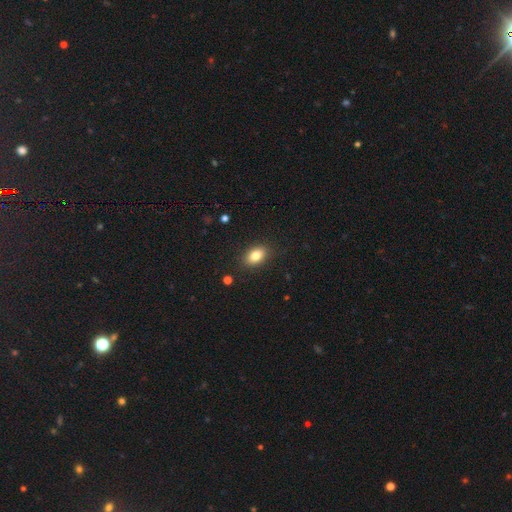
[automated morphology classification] Smooth or featured?
  - smooth: 82% *
  - star or artifact: 9%
  - featured or disk: 9%
How rounded?
  - in between: 85% *
  - round: 13%
  - cigar-shaped: 2%
Merging?
  - none: 87% *
  - minor disturbance: 9%
  - major disturbance: 2%
  - merger: 1%